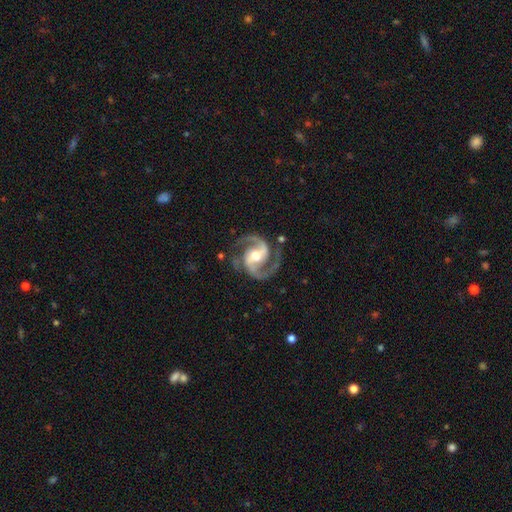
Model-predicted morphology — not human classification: type=featured or disk (94%); edge-on=no (98%); bar=weak (41%); spiral arms=yes (99%); winding=medium (67%); arm count=2 (93%); bulge=moderate (68%); merging=none (80%).